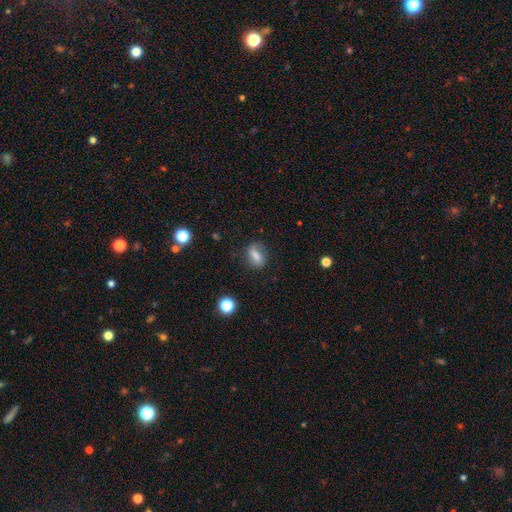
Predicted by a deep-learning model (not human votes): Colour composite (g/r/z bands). It shows a smooth galaxy with no disk features (73%) that is in between round and cigar-shaped (72%). Merging: none (75%).